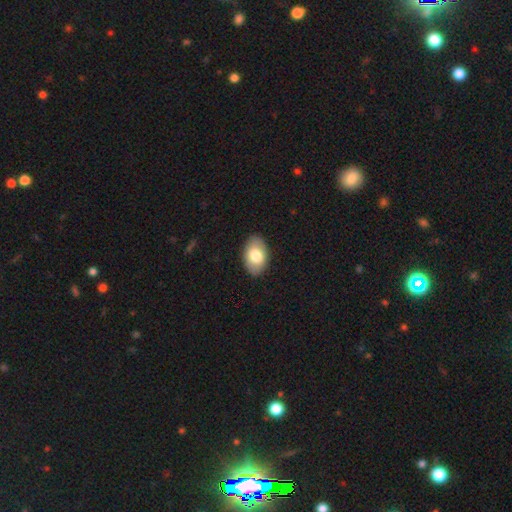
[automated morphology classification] smooth 77%, featured or disk 17%, star or artifact 6%. Down the decision tree: how rounded — in between (91%); merging — none (88%).